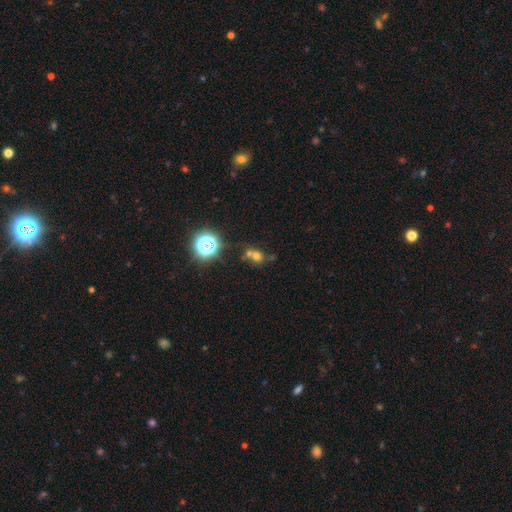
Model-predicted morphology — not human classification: smooth-or-featured: smooth: 60% | star or artifact: 27% | featured or disk: 14%
  how-rounded: round: 73% | in between: 26% | cigar-shaped: 1%
  merging: merger: 43% | none: 42% | minor disturbance: 9% | major disturbance: 5%